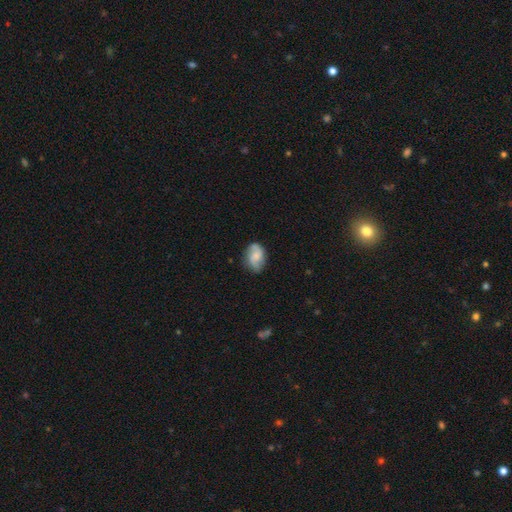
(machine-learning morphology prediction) The model was most divided on "smooth or featured": smooth: 47%, featured or disk: 45%, star or artifact: 8%. More confident: merging — none (69%).